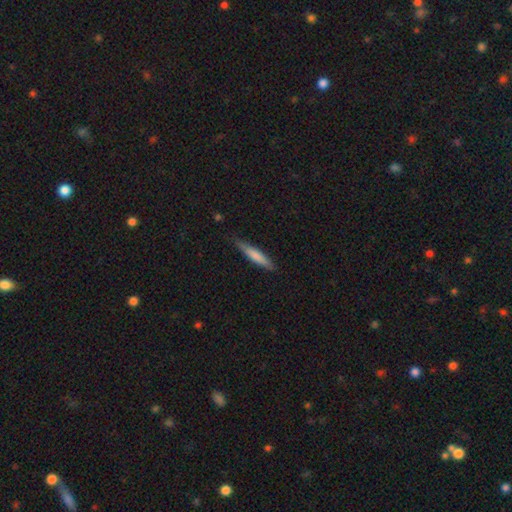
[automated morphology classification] Smooth or featured? smooth (70%)
How rounded? cigar-shaped (90%)
Merging? none (84%)